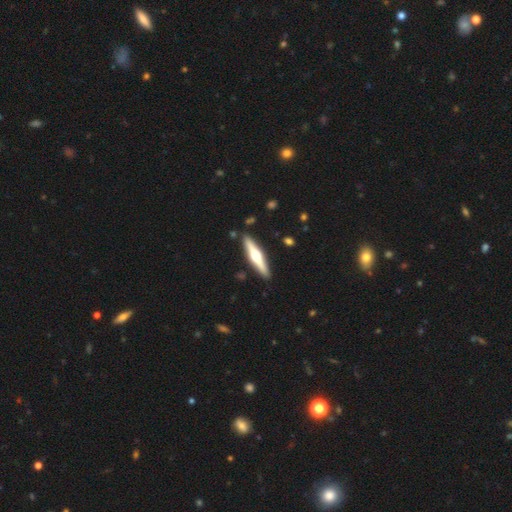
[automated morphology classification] Smooth or featured? Predicted: featured or disk (p=0.63). Edge-on disk? Predicted: yes (p=0.97). Edge-on bulge? Predicted: rounded (p=0.93). Merging? Predicted: none (p=0.90).